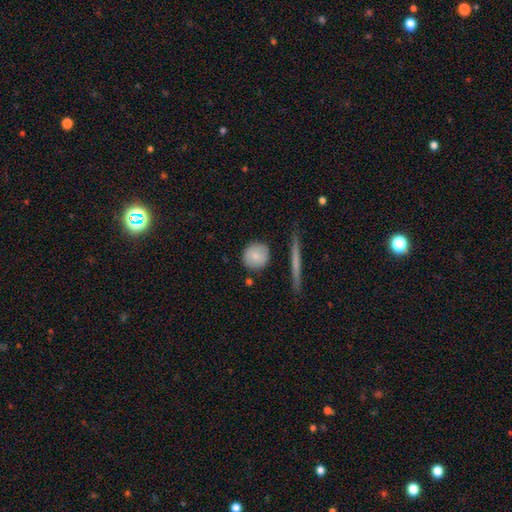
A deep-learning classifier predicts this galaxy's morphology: This appears to be a smooth galaxy with no disk features (80%) that is round (91%). Merging: none (81%).